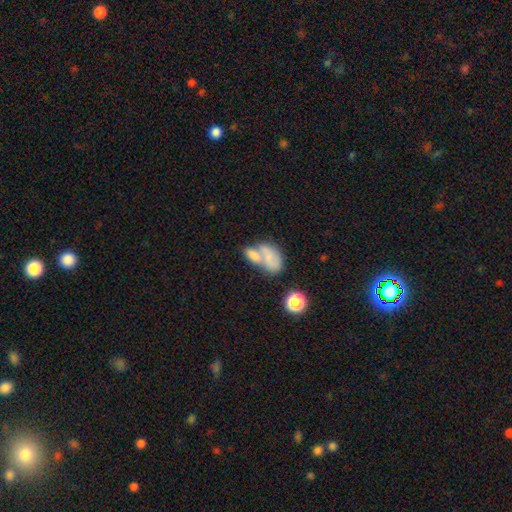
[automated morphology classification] type=smooth (64%); roundness=in between (86%); merging=merger (61%).